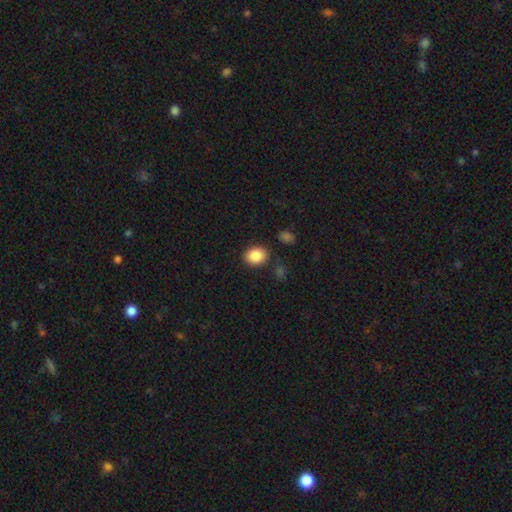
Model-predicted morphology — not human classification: smooth-or-featured: smooth: 87% | star or artifact: 8% | featured or disk: 5%
  how-rounded: round: 52% | in between: 47% | cigar-shaped: 1%
  merging: none: 85% | minor disturbance: 9% | merger: 3% | major disturbance: 3%